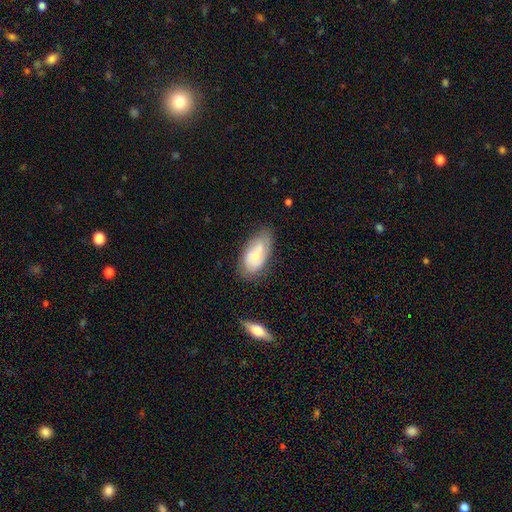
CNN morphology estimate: Overall: smooth (48%; featured or disk 45%). Merging: none (64%).